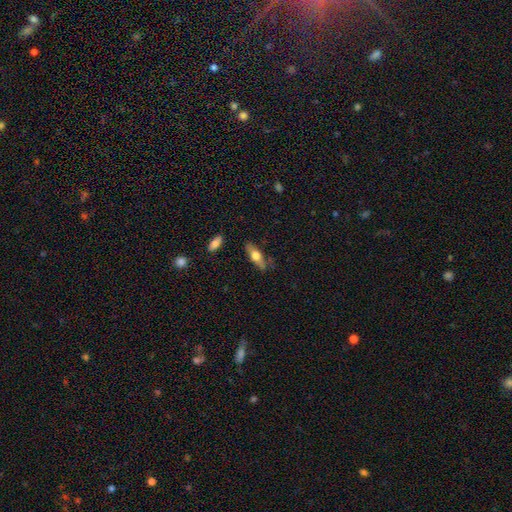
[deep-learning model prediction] A smooth galaxy with no disk features (54%) that is in between round and cigar-shaped (49%). Merging: none (74%).